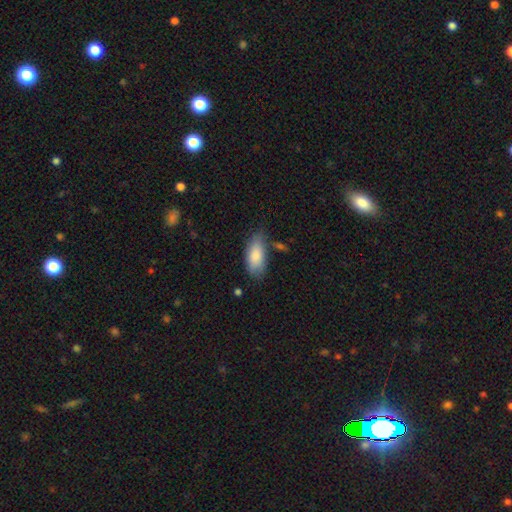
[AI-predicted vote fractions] smooth_or_featured: smooth (p=0.85) [alt: featured or disk p=0.09]
how_rounded: in between (p=0.87) [alt: cigar-shaped p=0.11]
merging: none (p=0.68) [alt: minor disturbance p=0.22]